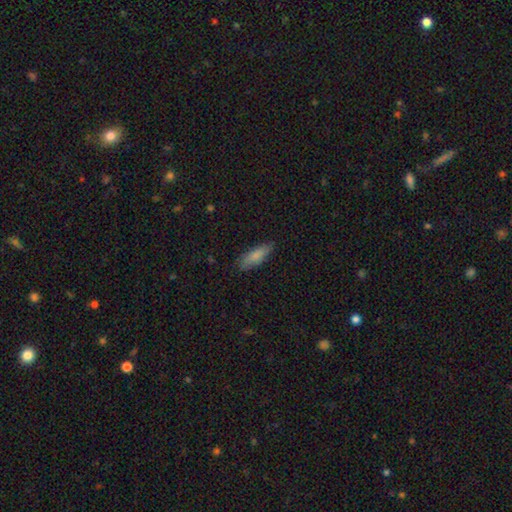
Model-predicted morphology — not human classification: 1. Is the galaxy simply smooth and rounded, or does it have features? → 81% smooth, 12% featured or disk, 6% star or artifact.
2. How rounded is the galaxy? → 50% in between, 48% cigar-shaped, 2% round.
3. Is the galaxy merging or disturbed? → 82% none, 15% minor disturbance, 3% major disturbance, 1% merger.